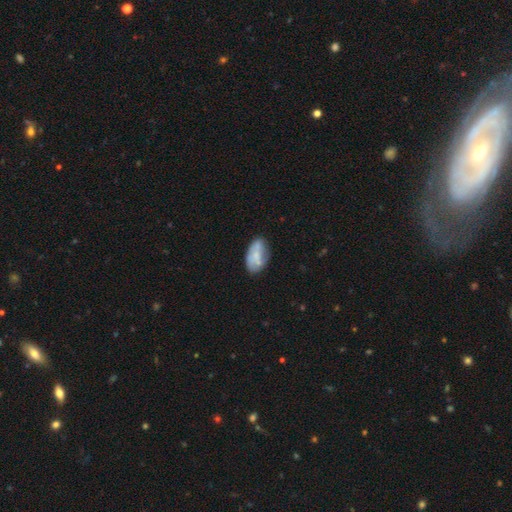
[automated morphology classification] A smooth galaxy with no disk features (63%) that is in between round and cigar-shaped (93%).

Vote fractions:
- Smooth or featured? smooth: 63% / featured or disk: 29% / star or artifact: 7%
- How rounded? in between: 93% / round: 4% / cigar-shaped: 3%
- Merging? none: 54% / minor disturbance: 28% / major disturbance: 10% / merger: 7%